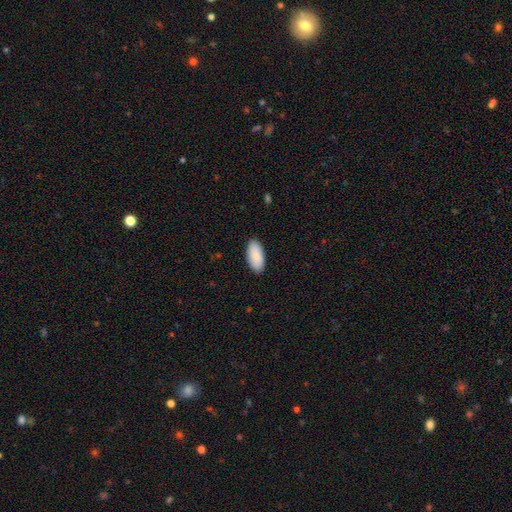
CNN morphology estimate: A smooth galaxy with no disk features (89%) that is in between round and cigar-shaped (93%). Merging: none (89%).